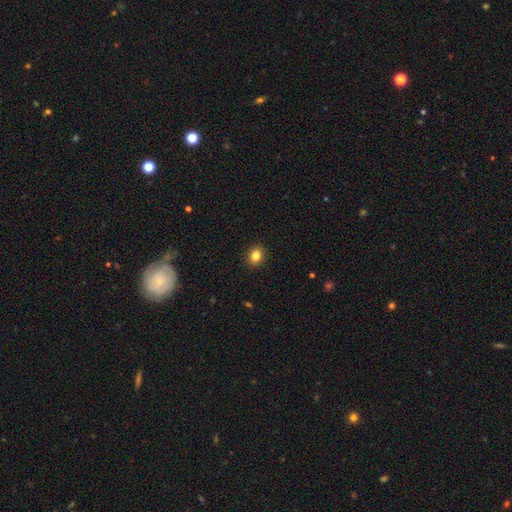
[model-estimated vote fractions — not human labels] Smooth or featured? smooth (84%)
How rounded? round (53%)
Merging? none (91%)